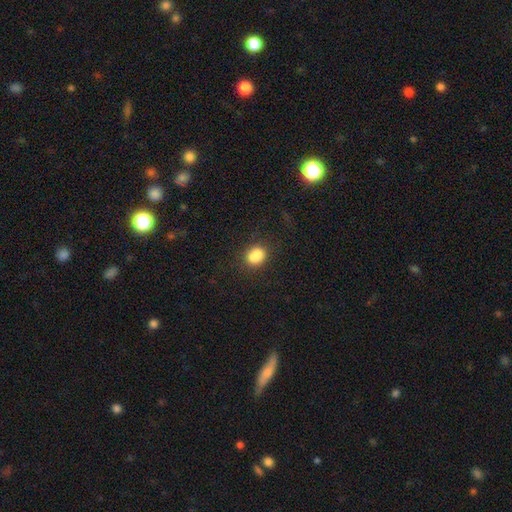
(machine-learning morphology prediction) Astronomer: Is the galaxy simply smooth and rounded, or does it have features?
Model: smooth — 80%.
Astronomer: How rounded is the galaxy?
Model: round — 58% (runner-up: in between, 41%).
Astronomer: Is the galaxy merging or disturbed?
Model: none — 58%.